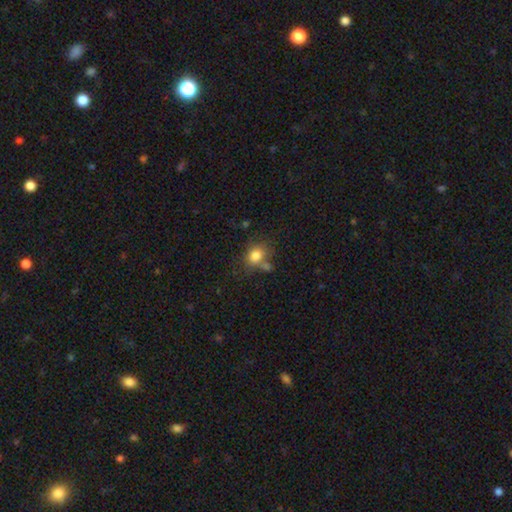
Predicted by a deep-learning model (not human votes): A smooth galaxy with no disk features (80%) that is round (51%). Merging: none (53%).